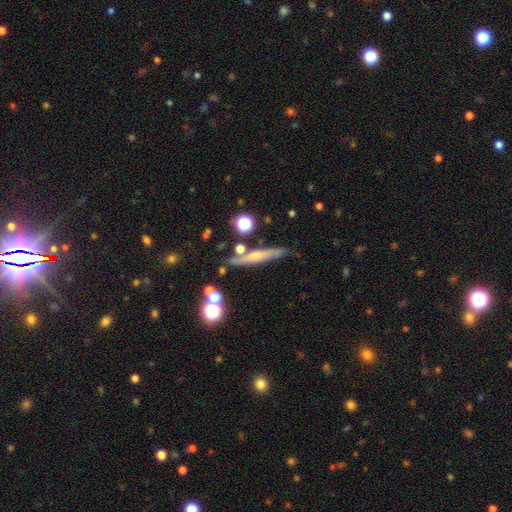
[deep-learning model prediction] Smooth or featured?
  - featured or disk: 52% *
  - smooth: 37%
  - star or artifact: 11%
Edge-on disk?
  - yes: 90% *
  - no: 10%
Merging?
  - none: 75% *
  - minor disturbance: 14%
  - merger: 7%
  - major disturbance: 4%